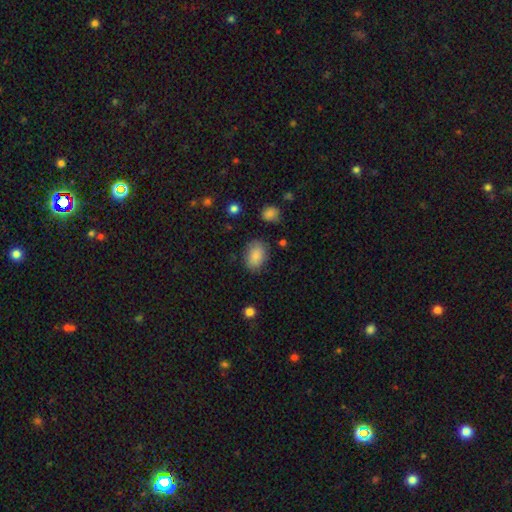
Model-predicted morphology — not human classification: The model was most divided on "how rounded": in between: 81%, round: 18%, cigar-shaped: 1%. More confident: smooth or featured — smooth (86%); merging — none (79%).